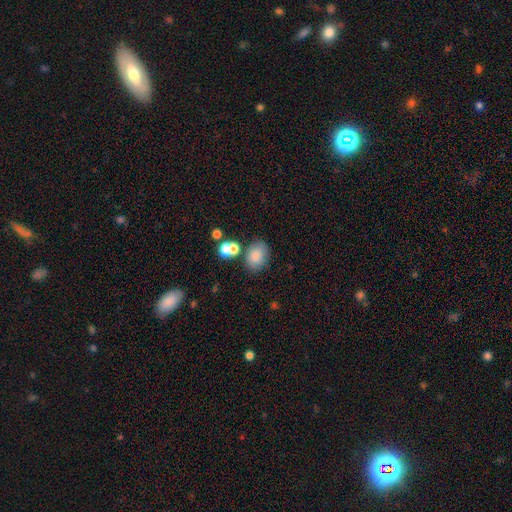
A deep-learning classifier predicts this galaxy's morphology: Smooth or featured?
  - smooth: 80% *
  - star or artifact: 10%
  - featured or disk: 10%
How rounded?
  - in between: 66% *
  - round: 33%
  - cigar-shaped: 1%
Merging?
  - none: 67% *
  - merger: 15%
  - minor disturbance: 14%
  - major disturbance: 5%